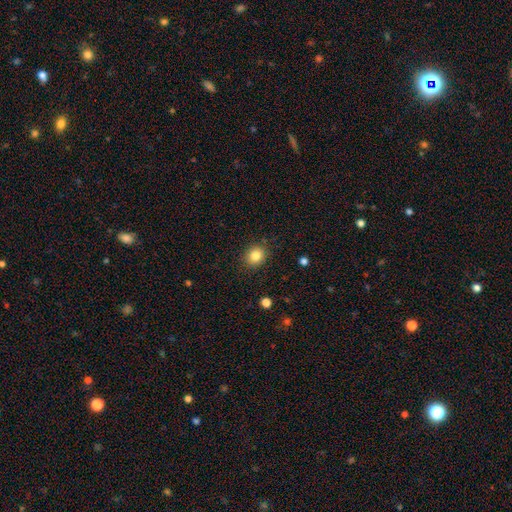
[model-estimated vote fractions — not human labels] Q: Smooth or featured?
A: smooth (83%); runner-up: star or artifact (10%)
Q: How rounded?
A: round (73%); runner-up: in between (26%)
Q: Merging?
A: none (87%); runner-up: minor disturbance (9%)